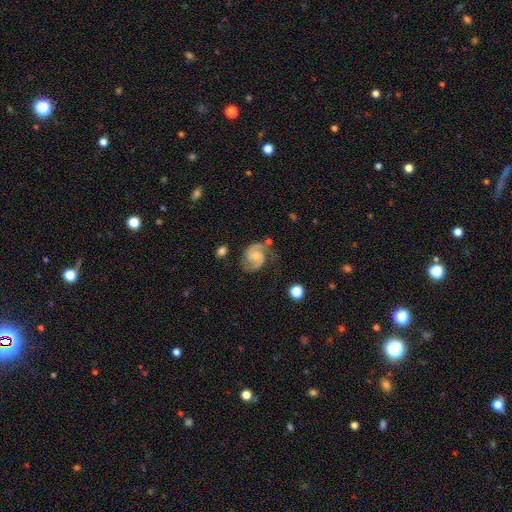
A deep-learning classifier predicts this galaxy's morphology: type=featured or disk (85%); edge-on=no (98%); bar=no (61%); spiral arms=yes (97%); winding=medium (53%); arm count=2 (91%); bulge=small (53%); merging=none (67%).